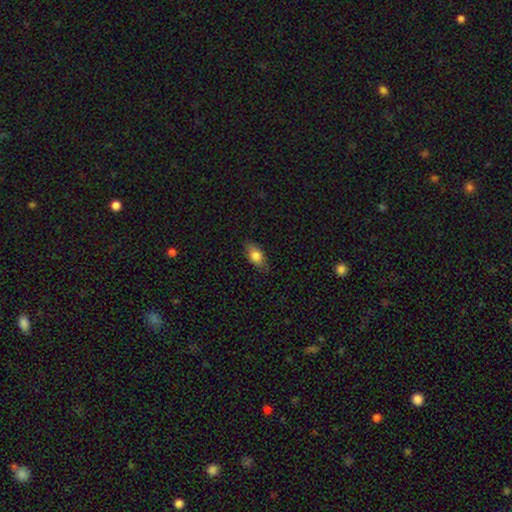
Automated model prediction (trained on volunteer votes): smooth 78%, featured or disk 15%, star or artifact 8%. Down the decision tree: how rounded — in between (85%); merging — none (81%).